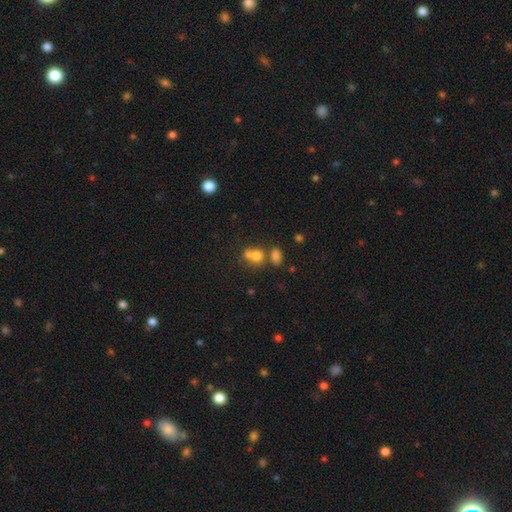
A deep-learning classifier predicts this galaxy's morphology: Smooth or featured?
  - smooth: 70% *
  - star or artifact: 16%
  - featured or disk: 14%
How rounded?
  - round: 60% *
  - in between: 39%
  - cigar-shaped: 1%
Merging?
  - merger: 52% *
  - none: 34%
  - minor disturbance: 9%
  - major disturbance: 5%